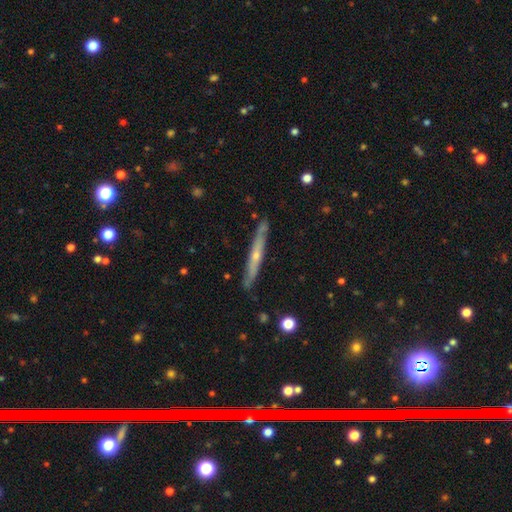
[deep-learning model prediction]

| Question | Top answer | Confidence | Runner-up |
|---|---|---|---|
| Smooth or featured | featured or disk | 64% | smooth (30%) |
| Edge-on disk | yes | 93% | no (7%) |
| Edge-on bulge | rounded | 62% | none (34%) |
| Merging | none | 84% | minor disturbance (12%) |